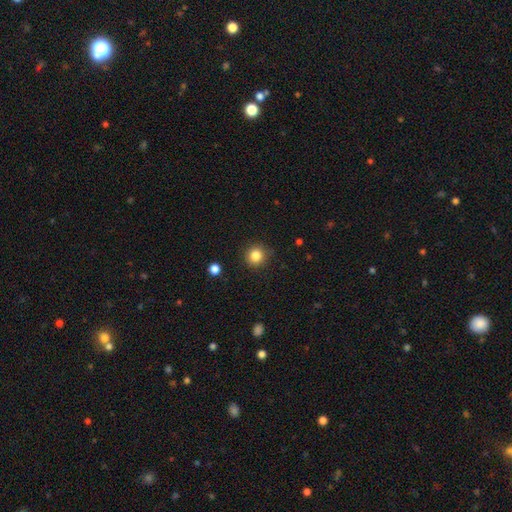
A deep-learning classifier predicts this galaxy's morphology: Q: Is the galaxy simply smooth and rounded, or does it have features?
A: smooth — 83%.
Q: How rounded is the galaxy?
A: round — 93%.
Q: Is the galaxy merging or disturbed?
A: none — 89%.